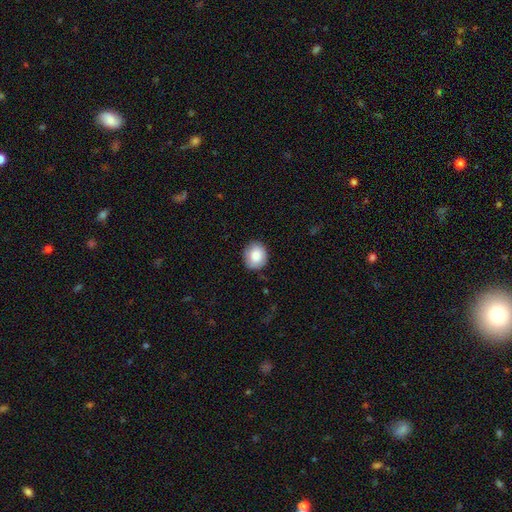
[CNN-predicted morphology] Overall: smooth (84%). How rounded: round (77%). Merging: none (84%).